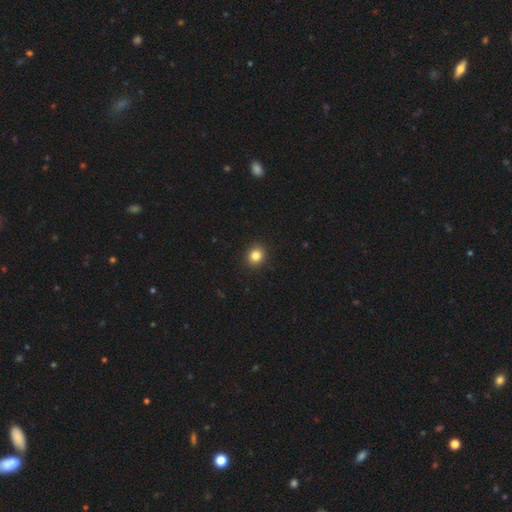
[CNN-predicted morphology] type=smooth (84%); roundness=round (79%); merging=none (92%).